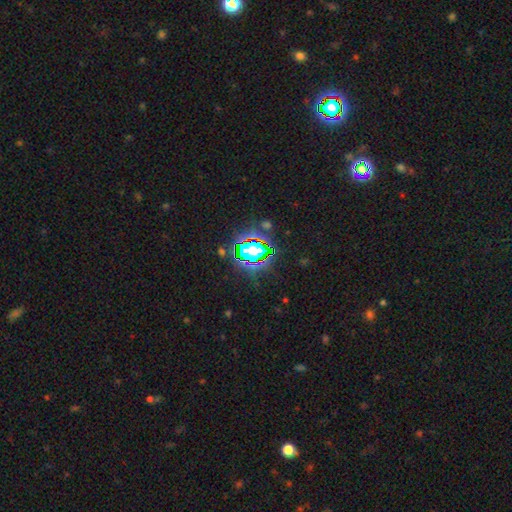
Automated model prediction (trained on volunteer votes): Morphology: type=star or artifact (70%).